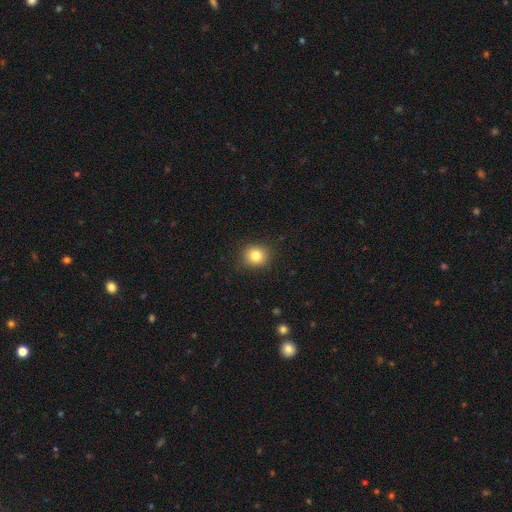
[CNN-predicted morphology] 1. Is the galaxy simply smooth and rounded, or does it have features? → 82% smooth, 11% star or artifact, 7% featured or disk.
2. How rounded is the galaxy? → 85% round, 14% in between, 1% cigar-shaped.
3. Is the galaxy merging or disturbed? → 89% none, 7% minor disturbance, 2% major disturbance, 1% merger.